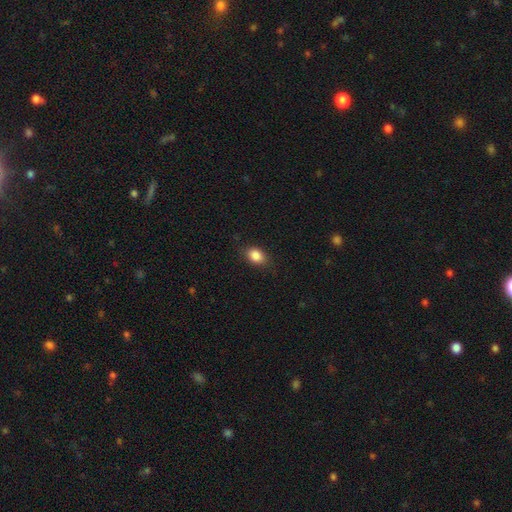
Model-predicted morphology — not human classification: smooth-or-featured: smooth: 86% | star or artifact: 9% | featured or disk: 5%
  how-rounded: in between: 76% | round: 22% | cigar-shaped: 2%
  merging: none: 83% | minor disturbance: 13% | major disturbance: 3% | merger: 1%